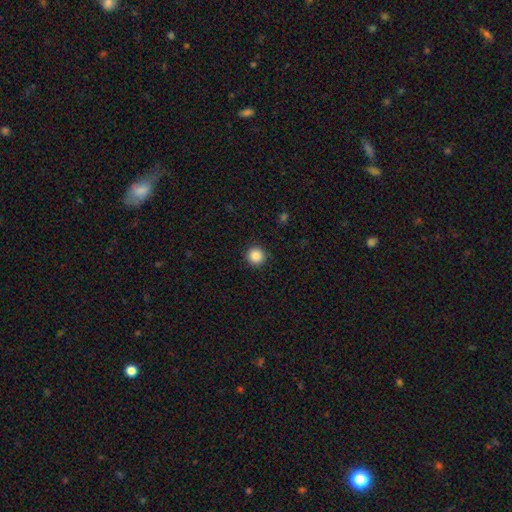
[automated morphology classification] A smooth galaxy with no disk features (87%) that is round (96%). Merging: none (92%).